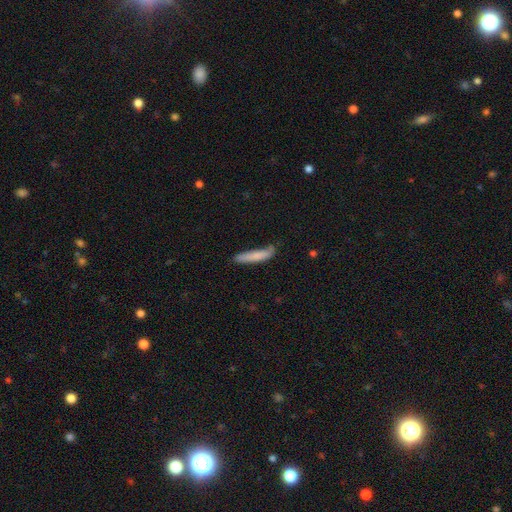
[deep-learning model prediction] This appears to be a smooth galaxy with no disk features (79%) that is cigar-shaped (88%). Merging: none (67%).